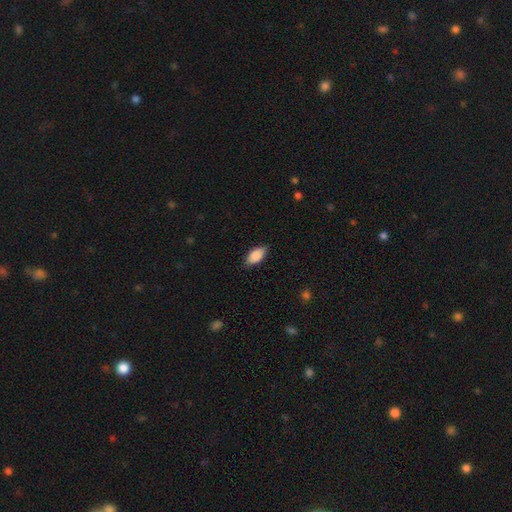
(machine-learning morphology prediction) A smooth galaxy with no disk features (88%) that is in between round and cigar-shaped (93%). Merging: none (84%).